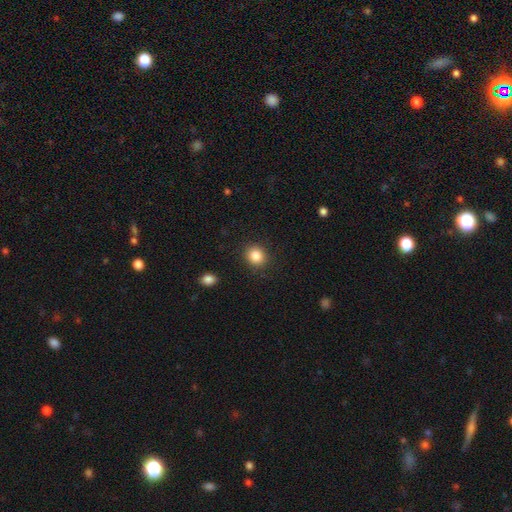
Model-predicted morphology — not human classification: A smooth galaxy with no disk features (85%) that is round (76%).

Vote fractions:
- Smooth or featured? smooth: 85% / star or artifact: 10% / featured or disk: 5%
- How rounded? round: 76% / in between: 23% / cigar-shaped: 1%
- Merging? none: 89% / minor disturbance: 7% / major disturbance: 2% / merger: 1%